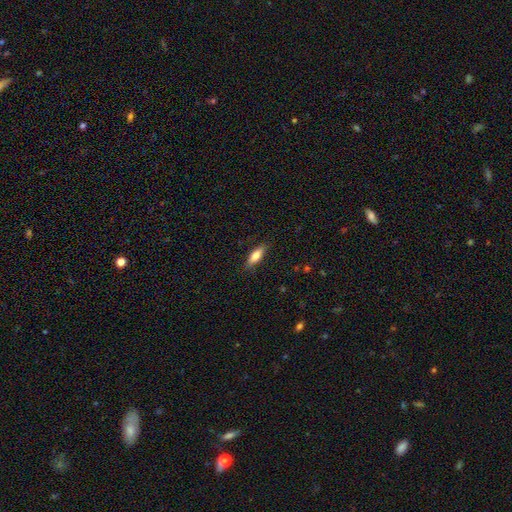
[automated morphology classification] smooth_or_featured: smooth (p=0.75) [alt: featured or disk p=0.19]
how_rounded: in between (p=0.54) [alt: cigar-shaped p=0.44]
merging: none (p=0.86) [alt: minor disturbance p=0.10]